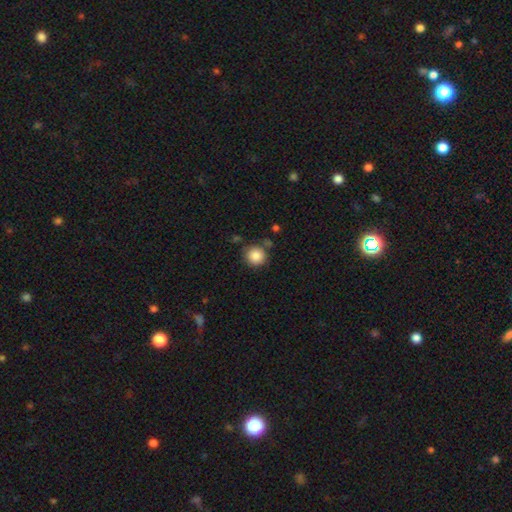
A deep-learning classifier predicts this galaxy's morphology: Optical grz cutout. It shows a smooth galaxy with no disk features (86%) that is round (93%). Merging: none (80%).